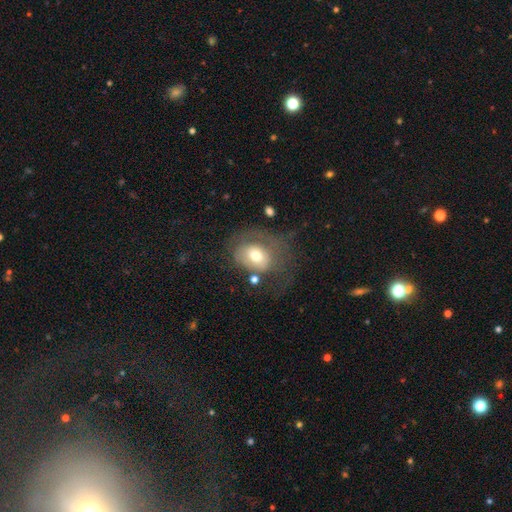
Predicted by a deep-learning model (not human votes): This is possibly a smooth galaxy (57%). How rounded: possibly in between (58%). Merging: marginally major disturbance (38%).